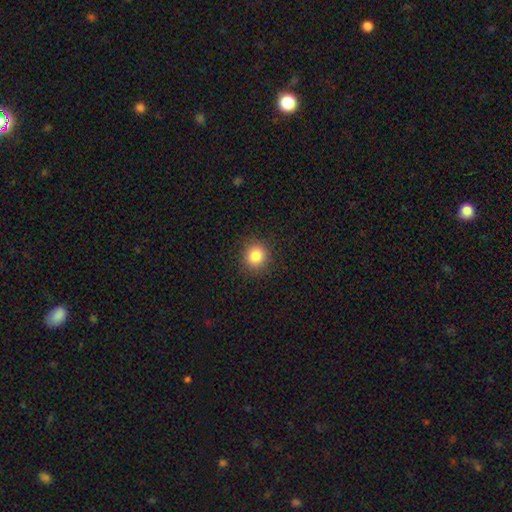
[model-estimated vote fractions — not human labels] Smooth or featured: smooth — 85% (star or artifact — 11%)
How rounded: round — 88% (in between — 11%)
Merging: none — 90% (minor disturbance — 7%)